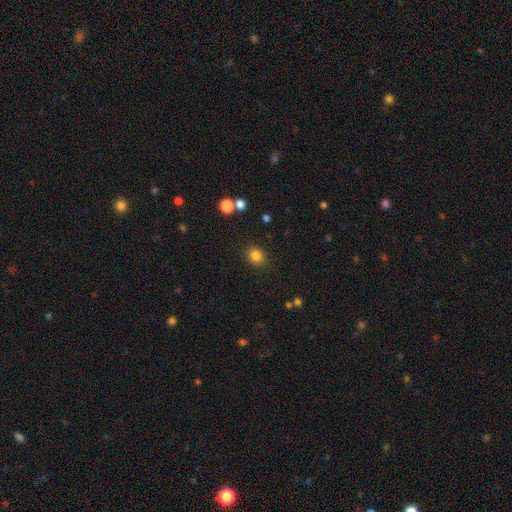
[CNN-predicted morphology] smooth 84%, star or artifact 12%, featured or disk 5%. Down the decision tree: how rounded — round (73%); merging — none (86%).